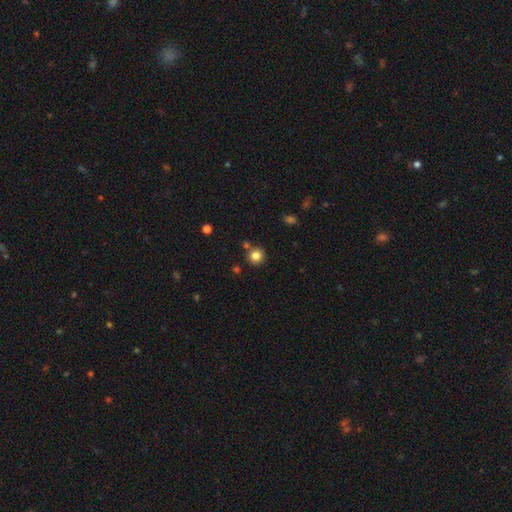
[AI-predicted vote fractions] This is clearly a smooth galaxy (82%). How rounded: clearly round (93%). Merging: clearly none (81%).